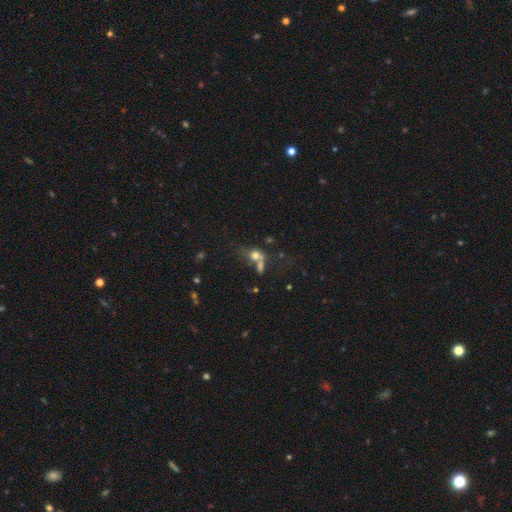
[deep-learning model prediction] The model was most divided on "how rounded": round: 52%, in between: 43%, cigar-shaped: 5%. Remaining: smooth or featured — smooth (64%); merging — merger (47%).